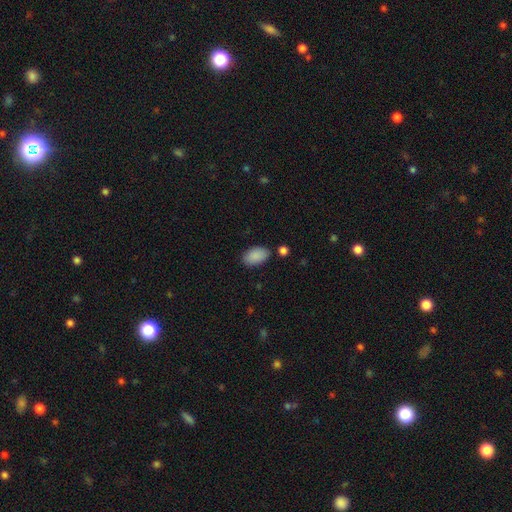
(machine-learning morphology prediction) A smooth galaxy with no disk features (90%) that is in between round and cigar-shaped (94%).

Vote fractions:
- Smooth or featured? smooth: 90% / star or artifact: 7% / featured or disk: 4%
- How rounded? in between: 94% / round: 5% / cigar-shaped: 2%
- Merging? none: 81% / minor disturbance: 12% / merger: 4% / major disturbance: 3%